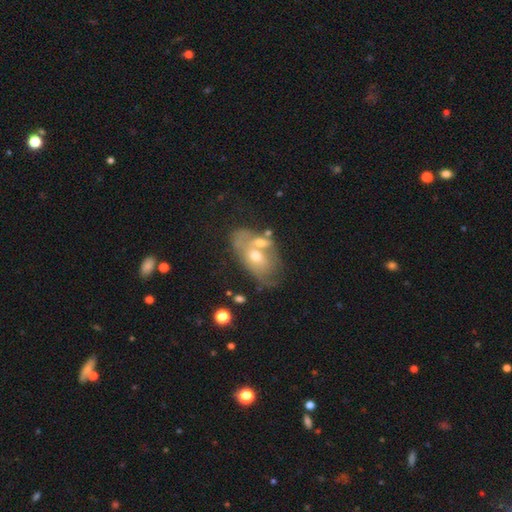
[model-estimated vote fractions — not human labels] The model was most divided on "merging" (2-way tie): none: 34%, merger: 34%, minor disturbance: 19%, major disturbance: 14%. More confident: edge-on disk — no (93%); bar — no (80%); bulge size — moderate (62%); spiral arms — no (60%); smooth or featured — featured or disk (59%).